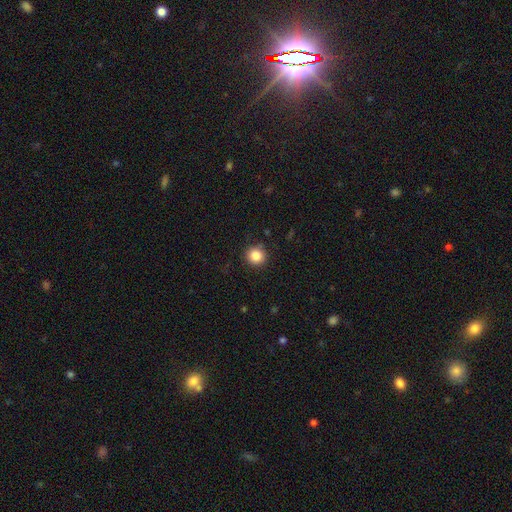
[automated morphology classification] The model was most divided on "smooth or featured": smooth: 86%, star or artifact: 10%, featured or disk: 4%. More confident: how rounded — round (93%); merging — none (90%).